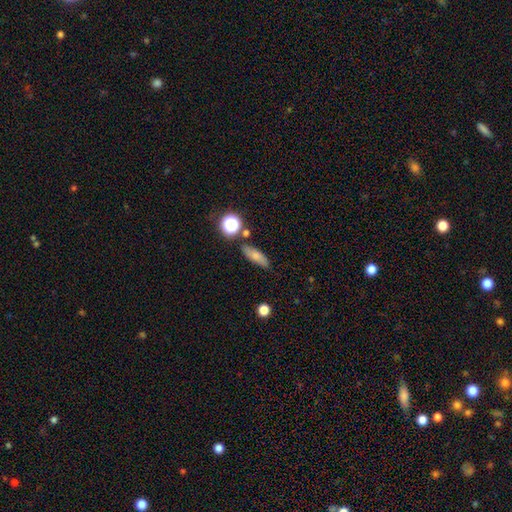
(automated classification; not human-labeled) smooth 72%, featured or disk 17%, star or artifact 11%. Down the decision tree: how rounded — in between (51%); merging — none (76%).